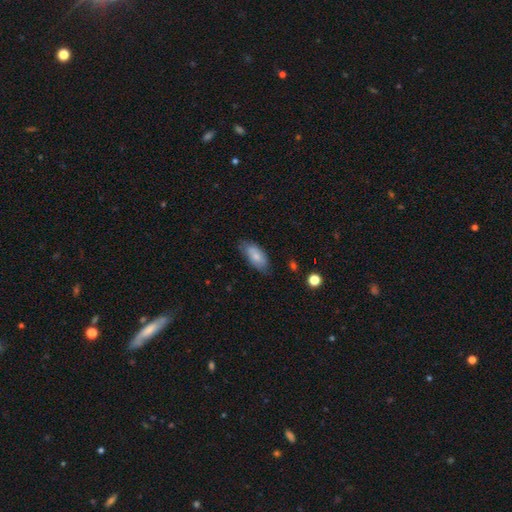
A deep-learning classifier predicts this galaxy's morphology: Smooth or featured?
  - smooth: 77% *
  - featured or disk: 17%
  - star or artifact: 6%
How rounded?
  - in between: 88% *
  - cigar-shaped: 9%
  - round: 2%
Merging?
  - none: 70% *
  - minor disturbance: 24%
  - major disturbance: 5%
  - merger: 1%